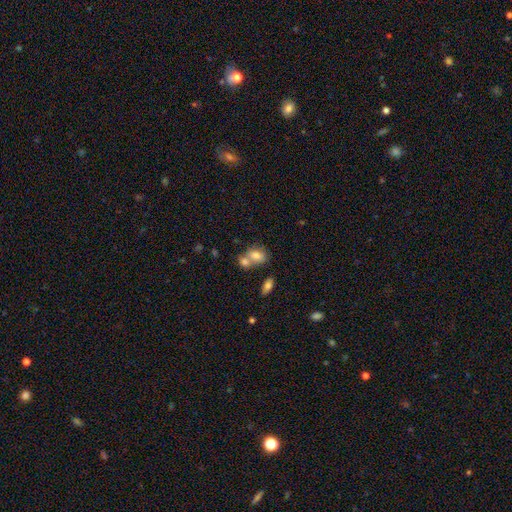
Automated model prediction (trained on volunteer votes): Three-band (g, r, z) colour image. It shows a smooth galaxy with no disk features (78%) that is in between round and cigar-shaped (76%). Merging: merger (50%).